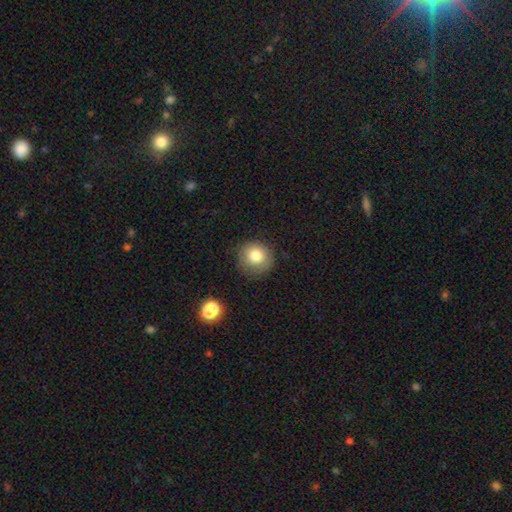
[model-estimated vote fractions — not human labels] smooth_or_featured: smooth (p=0.80) [alt: star or artifact p=0.11]
how_rounded: round (p=0.91) [alt: in between p=0.08]
merging: none (p=0.80) [alt: minor disturbance p=0.14]